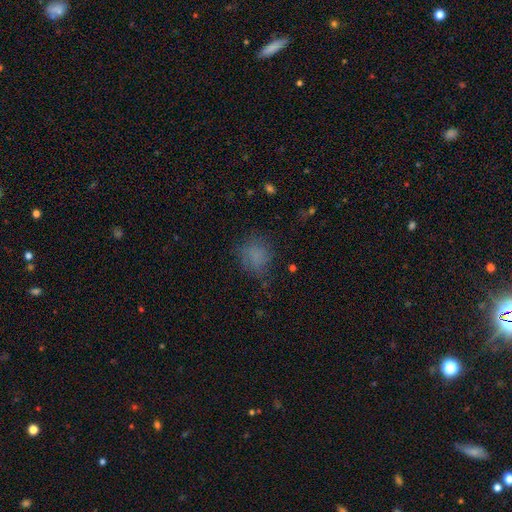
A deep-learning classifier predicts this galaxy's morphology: A smooth galaxy with no disk features (71%) that is round (63%).

Vote fractions:
- Smooth or featured? smooth: 71% / star or artifact: 16% / featured or disk: 13%
- How rounded? round: 63% / in between: 36% / cigar-shaped: 1%
- Merging? none: 61% / minor disturbance: 23% / major disturbance: 14% / merger: 2%